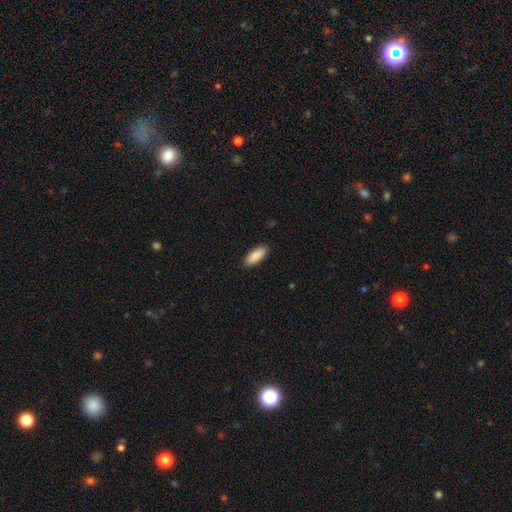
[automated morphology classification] Smooth or featured?
  - smooth: 90% *
  - star or artifact: 6%
  - featured or disk: 4%
How rounded?
  - in between: 75% *
  - cigar-shaped: 24%
  - round: 2%
Merging?
  - none: 90% *
  - minor disturbance: 8%
  - major disturbance: 2%
  - merger: 1%